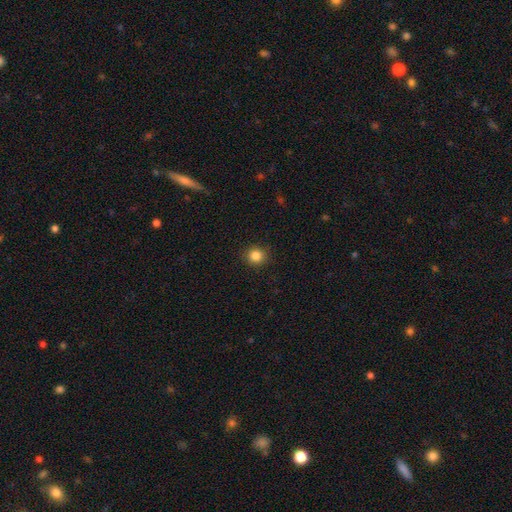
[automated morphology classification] smooth_or_featured: smooth (p=0.85) [alt: star or artifact p=0.11]
how_rounded: round (p=0.90) [alt: in between p=0.09]
merging: none (p=0.91) [alt: minor disturbance p=0.06]